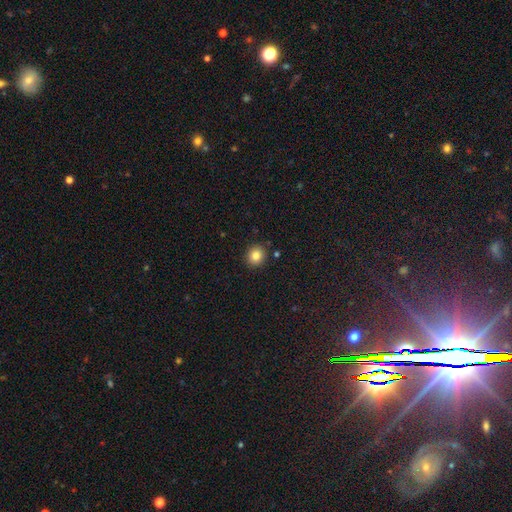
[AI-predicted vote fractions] smooth_or_featured: smooth (p=0.84) [alt: star or artifact p=0.11]
how_rounded: round (p=0.83) [alt: in between p=0.16]
merging: none (p=0.90) [alt: minor disturbance p=0.06]